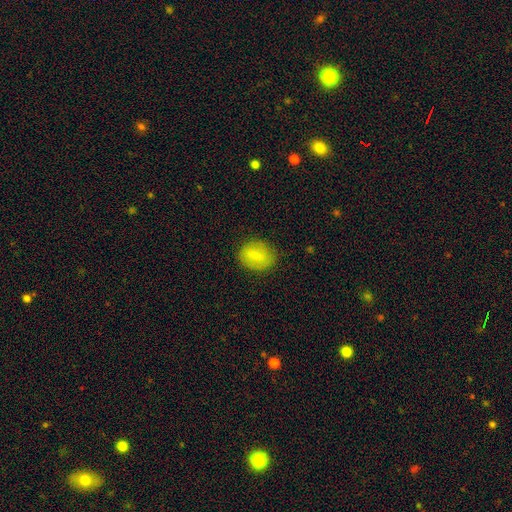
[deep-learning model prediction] This appears to be a smooth galaxy with no disk features (74%) that is round (52%). Merging: none (82%).